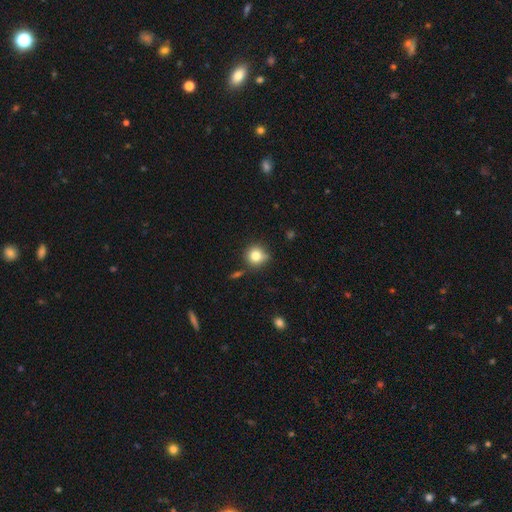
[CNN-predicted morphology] This is likely a smooth galaxy (79%). How rounded: clearly round (90%). Merging: likely none (73%).